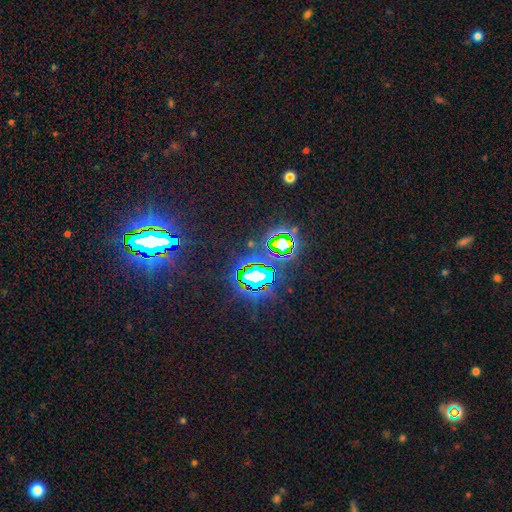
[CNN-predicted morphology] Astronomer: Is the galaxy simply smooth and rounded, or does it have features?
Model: star or artifact — 82%.